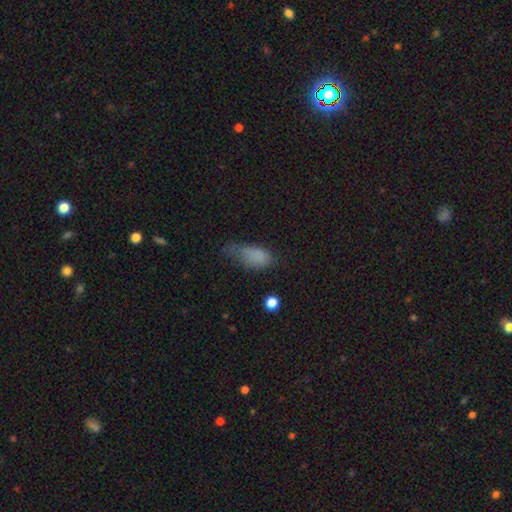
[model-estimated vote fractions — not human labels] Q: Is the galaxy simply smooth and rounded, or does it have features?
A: smooth — 76%.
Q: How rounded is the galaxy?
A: in between — 83%.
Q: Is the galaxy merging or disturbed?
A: minor disturbance — 37%.